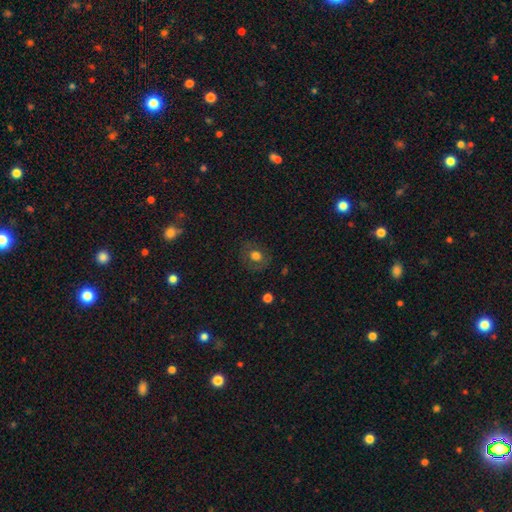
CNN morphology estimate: smooth_or_featured: smooth (p=0.65) [alt: featured or disk p=0.23]
how_rounded: round (p=0.72) [alt: in between p=0.27]
merging: none (p=0.80) [alt: minor disturbance p=0.13]